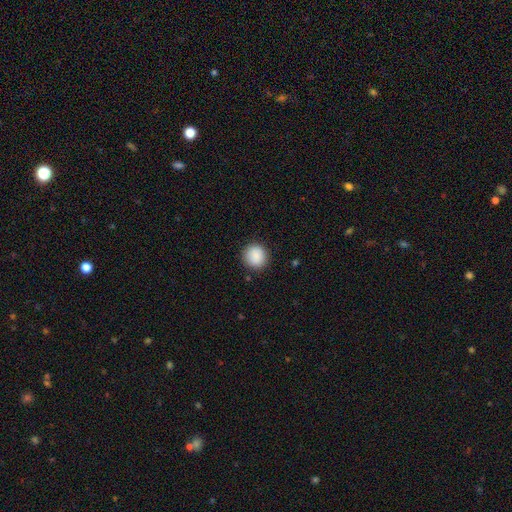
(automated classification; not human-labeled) smooth-or-featured: smooth: 89% | star or artifact: 8% | featured or disk: 3%
  how-rounded: round: 91% | in between: 8% | cigar-shaped: 1%
  merging: none: 90% | minor disturbance: 7% | major disturbance: 2% | merger: 1%